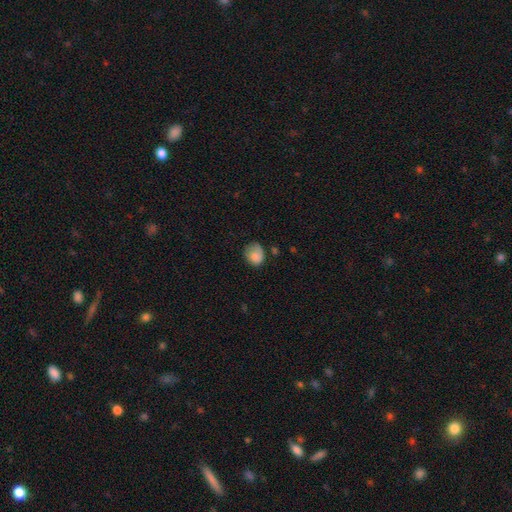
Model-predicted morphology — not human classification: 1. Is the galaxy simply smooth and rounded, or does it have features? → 80% smooth, 12% featured or disk, 8% star or artifact.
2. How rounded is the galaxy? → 56% round, 43% in between, 1% cigar-shaped.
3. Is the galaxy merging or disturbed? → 50% none, 32% minor disturbance, 15% major disturbance, 3% merger.